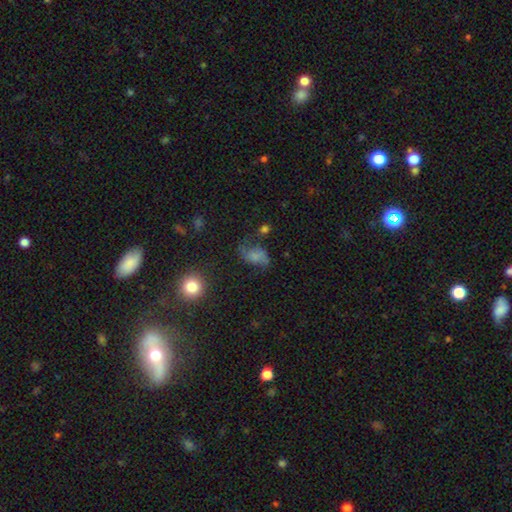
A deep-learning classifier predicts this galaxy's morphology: smooth-or-featured: smooth: 43% | featured or disk: 42% | star or artifact: 14%
  merging: none: 46% | minor disturbance: 25% | major disturbance: 22% | merger: 6%